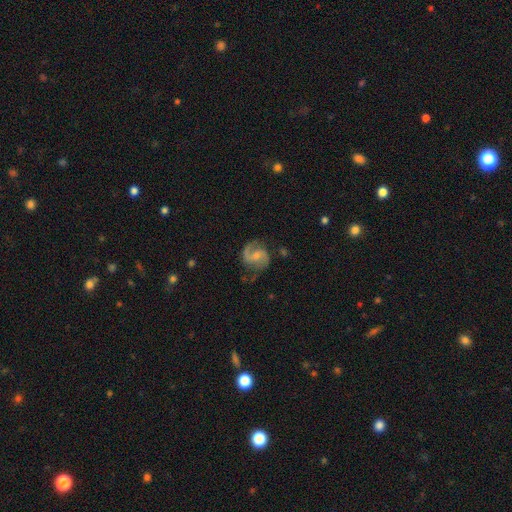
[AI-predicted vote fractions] smooth_or_featured: featured or disk (p=0.85) [alt: smooth p=0.10]
disk_edge_on: no (p=0.98) [alt: yes p=0.02]
bar: weak (p=0.46) [alt: no p=0.43]
has_spiral_arms: yes (p=0.97) [alt: no p=0.03]
spiral_winding: medium (p=0.55) [alt: loose p=0.29]
spiral_arm_count: 2 (p=0.88) [alt: 1 p=0.05]
bulge_size: small (p=0.47) [alt: moderate p=0.34]
merging: none (p=0.72) [alt: minor disturbance p=0.18]